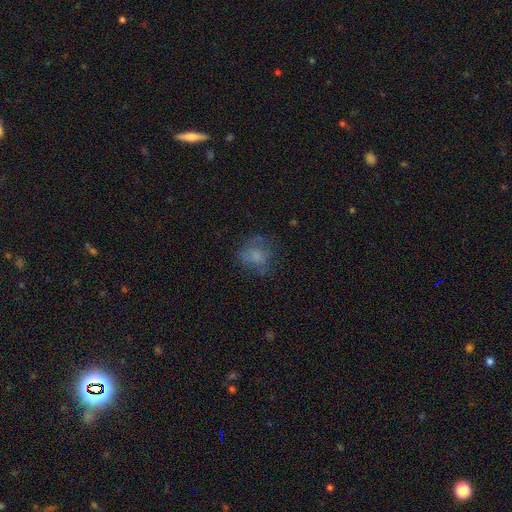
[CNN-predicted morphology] Q: Smooth or featured?
A: smooth (64%); runner-up: featured or disk (23%)
Q: How rounded?
A: round (69%); runner-up: in between (30%)
Q: Merging?
A: none (58%); runner-up: minor disturbance (22%)